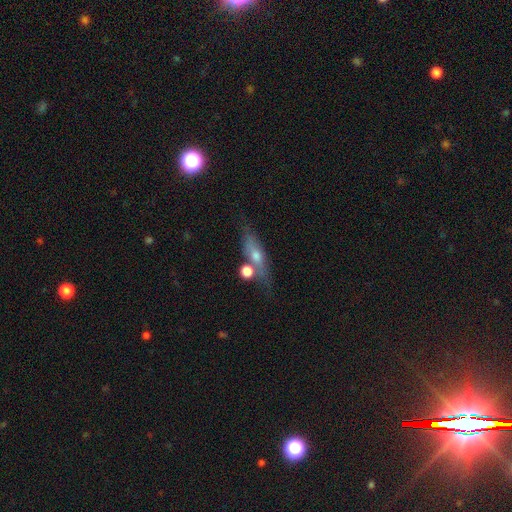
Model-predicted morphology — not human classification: A featured or disk galaxy (47%).

Vote fractions:
- Smooth or featured? featured or disk: 47% / smooth: 37% / star or artifact: 16%
- Merging? none: 65% / merger: 15% / minor disturbance: 14% / major disturbance: 6%